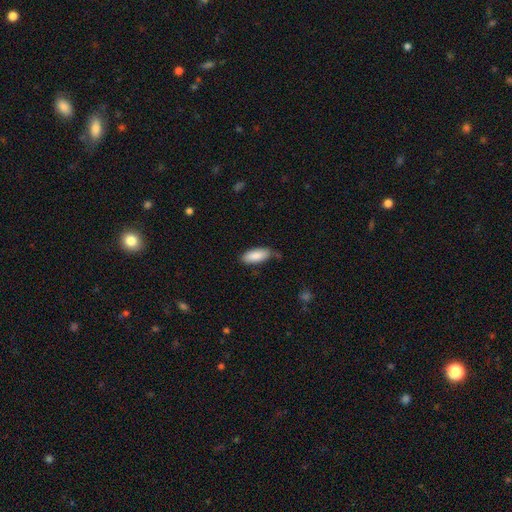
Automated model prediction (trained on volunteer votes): A smooth galaxy with no disk features (88%) that is in between round and cigar-shaped (81%). Merging: none (71%).